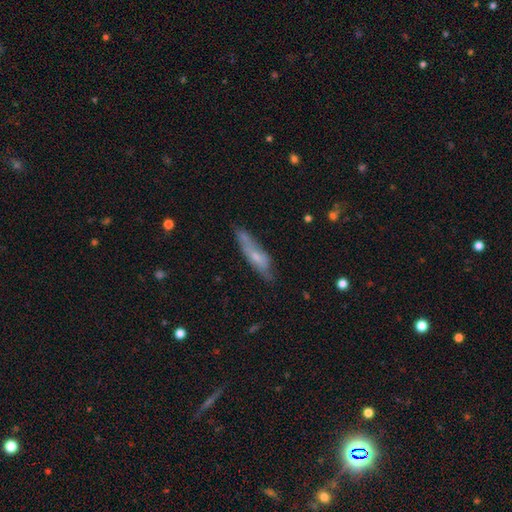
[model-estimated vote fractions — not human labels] smooth-or-featured: smooth: 48% | featured or disk: 45% | star or artifact: 7%
  merging: none: 65% | minor disturbance: 25% | major disturbance: 7% | merger: 3%